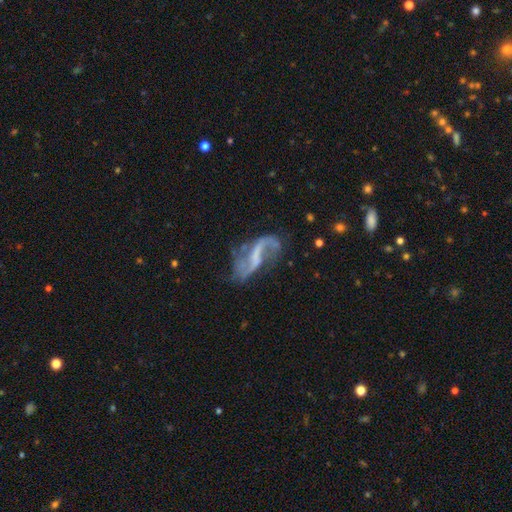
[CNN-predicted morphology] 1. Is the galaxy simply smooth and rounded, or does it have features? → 85% featured or disk, 8% smooth, 7% star or artifact.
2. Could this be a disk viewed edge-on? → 96% no, 4% yes.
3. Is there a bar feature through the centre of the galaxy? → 42% weak, 31% strong, 27% no.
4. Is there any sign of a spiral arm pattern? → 90% yes, 10% no.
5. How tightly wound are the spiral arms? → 81% loose, 16% medium, 4% tight.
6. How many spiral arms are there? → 84% 2, 7% 1, 5% can't tell, 2% 3, 1% 4, 1% more than 4.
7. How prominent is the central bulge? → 59% none, 26% small, 11% moderate, 3% large, 1% dominant.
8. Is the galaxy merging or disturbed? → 54% none, 21% major disturbance, 19% minor disturbance, 6% merger.